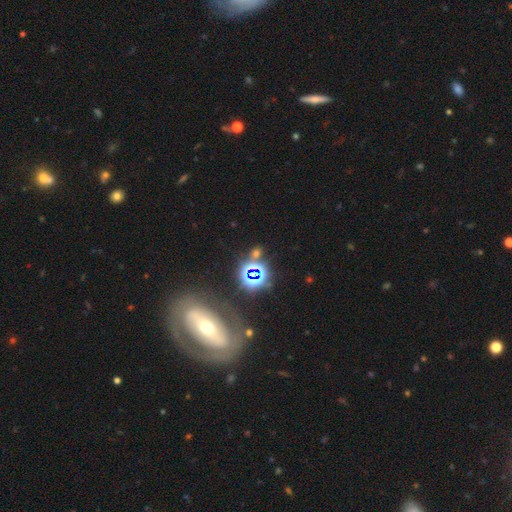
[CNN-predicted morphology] A star or artifact, not a galaxy (41%).

Vote fractions:
- Smooth or featured? star or artifact: 41% / featured or disk: 34% / smooth: 24%